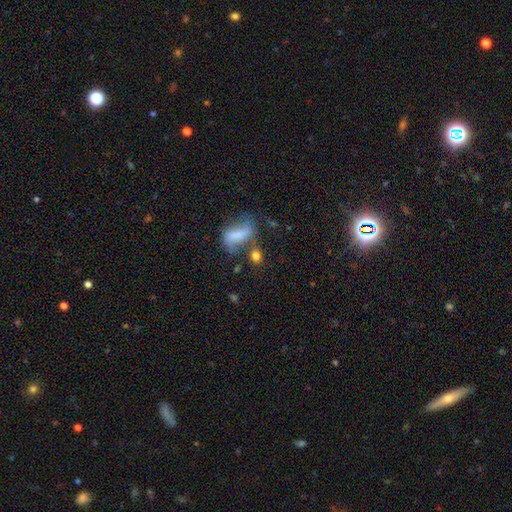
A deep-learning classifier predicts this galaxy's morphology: The model was most divided on "how rounded": round: 49%, in between: 45%, cigar-shaped: 5%. More confident: smooth or featured — smooth (73%); merging — none (51%).